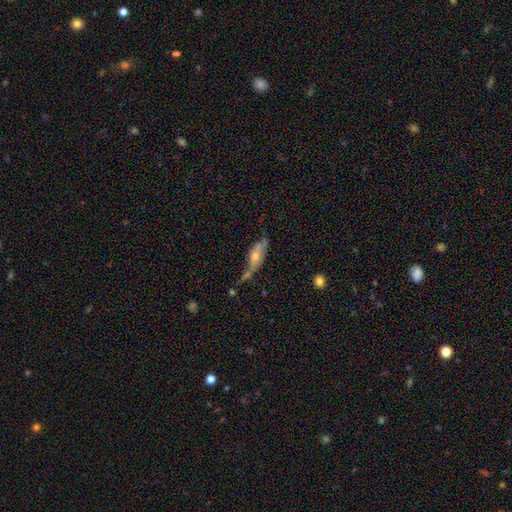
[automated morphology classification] Q: Smooth or featured?
A: smooth (49%); runner-up: featured or disk (43%)
Q: Merging?
A: none (30%); runner-up: merger (25%)